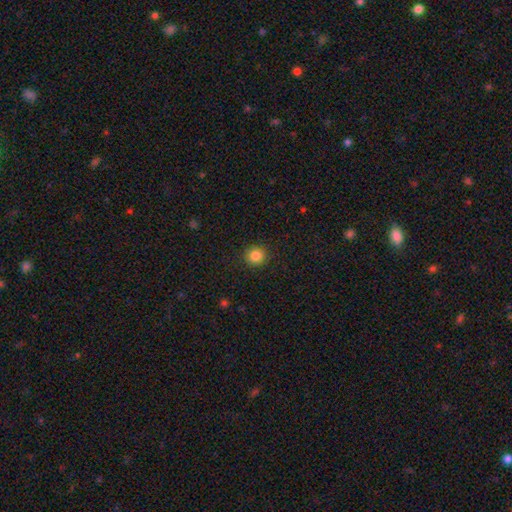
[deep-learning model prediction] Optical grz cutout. It shows a smooth galaxy with no disk features (85%) that is round (92%). Merging: none (91%).